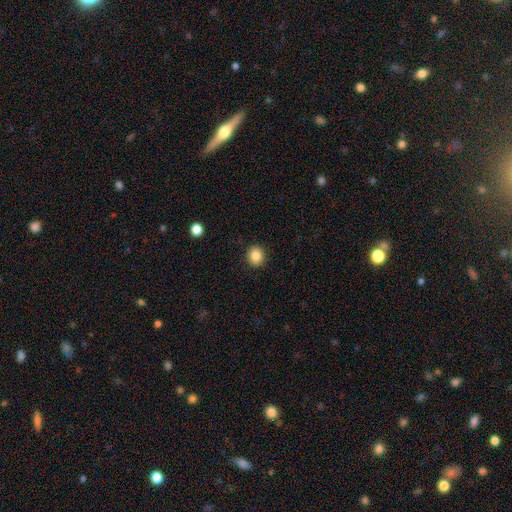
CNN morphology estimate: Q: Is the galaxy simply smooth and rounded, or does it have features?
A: smooth — 85%.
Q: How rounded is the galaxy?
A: round — 82%.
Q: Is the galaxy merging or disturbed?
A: none — 91%.